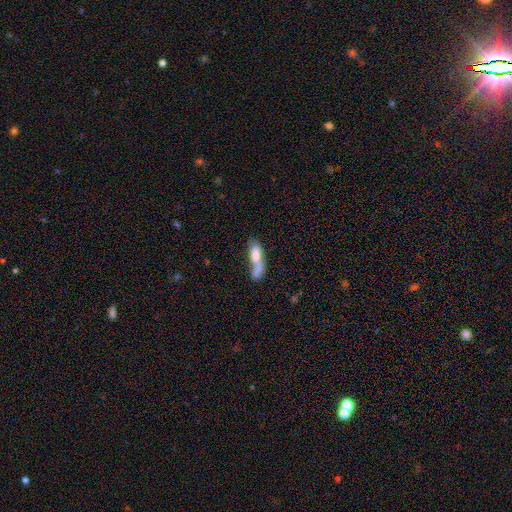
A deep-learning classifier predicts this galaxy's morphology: smooth-or-featured: smooth: 63% | featured or disk: 27% | star or artifact: 10%
  how-rounded: in between: 52% | cigar-shaped: 44% | round: 4%
  merging: merger: 45% | none: 25% | major disturbance: 15% | minor disturbance: 15%